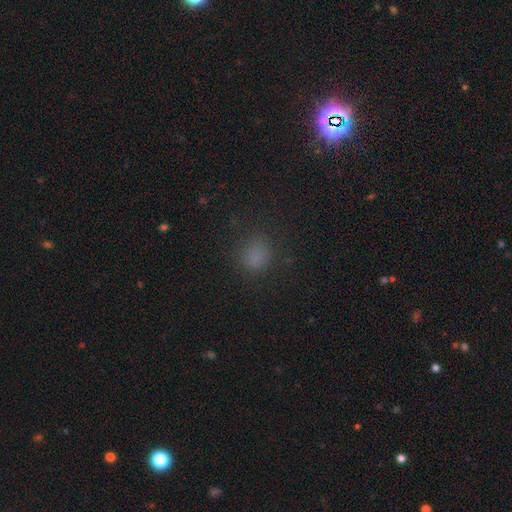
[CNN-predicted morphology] smooth 75%, star or artifact 19%, featured or disk 6%. Down the decision tree: how rounded — round (69%); merging — none (78%).